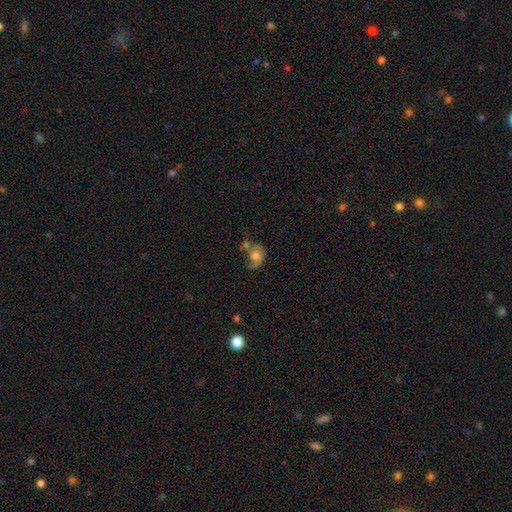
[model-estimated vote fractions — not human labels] Q: Smooth or featured?
A: smooth (46%); runner-up: featured or disk (44%)
Q: Merging?
A: none (29%); runner-up: major disturbance (26%)